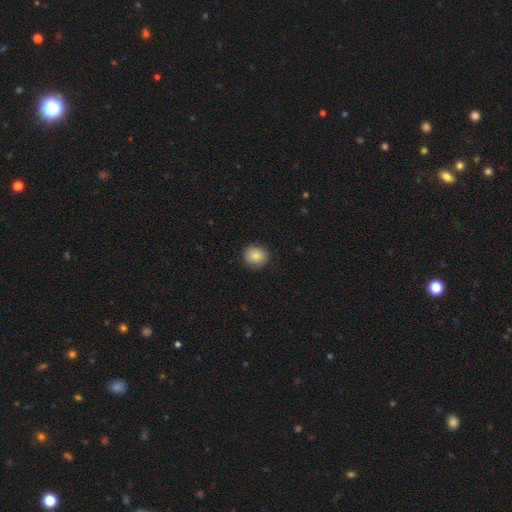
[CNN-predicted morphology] Q: Smooth or featured?
A: smooth (86%); runner-up: star or artifact (8%)
Q: How rounded?
A: round (85%); runner-up: in between (15%)
Q: Merging?
A: none (88%); runner-up: minor disturbance (9%)